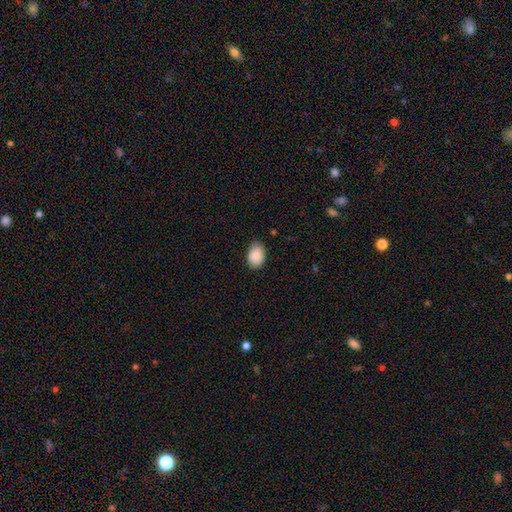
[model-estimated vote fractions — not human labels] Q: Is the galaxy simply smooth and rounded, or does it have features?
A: smooth — 89%.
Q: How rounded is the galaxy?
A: in between — 80%.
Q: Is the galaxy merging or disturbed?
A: none — 77%.